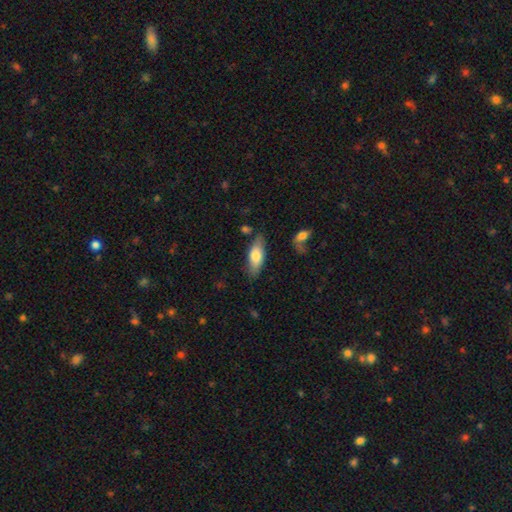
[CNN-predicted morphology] This appears to be a smooth galaxy with no disk features (71%) that is in between round and cigar-shaped (71%). Merging: none (77%).